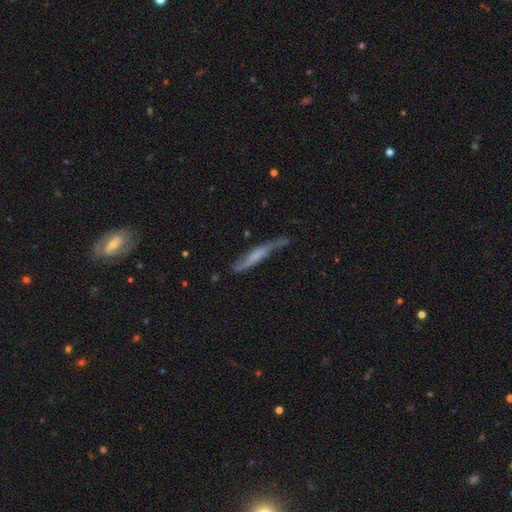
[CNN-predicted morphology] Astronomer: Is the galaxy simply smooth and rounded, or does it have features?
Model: featured or disk — 54% (runner-up: smooth, 39%).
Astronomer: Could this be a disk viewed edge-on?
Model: yes — 65%.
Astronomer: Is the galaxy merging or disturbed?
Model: none — 49% (runner-up: minor disturbance, 32%).